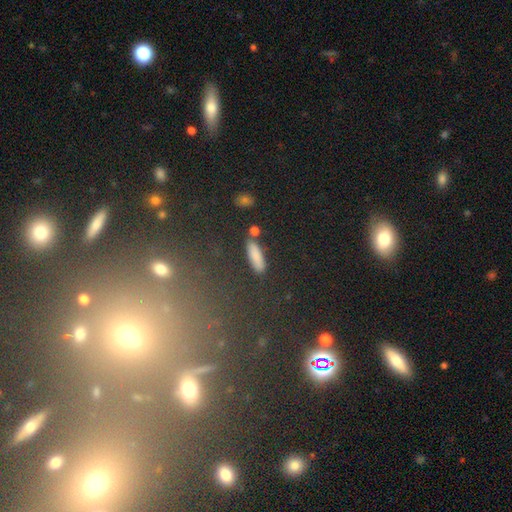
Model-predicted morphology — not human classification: Smooth or featured? smooth (83%)
How rounded? cigar-shaped (58%)
Merging? none (78%)